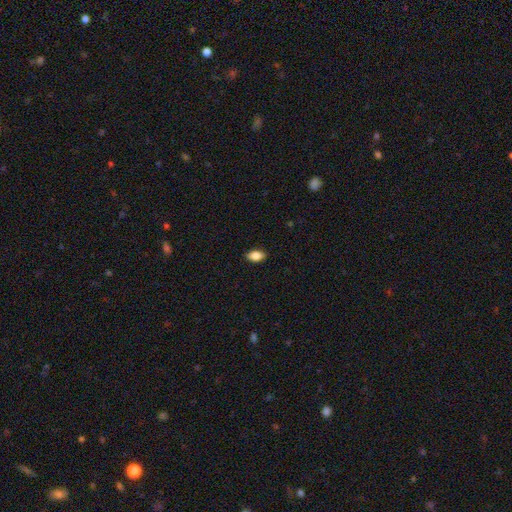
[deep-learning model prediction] A smooth galaxy with no disk features (84%) that is in between round and cigar-shaped (89%). Merging: none (87%).